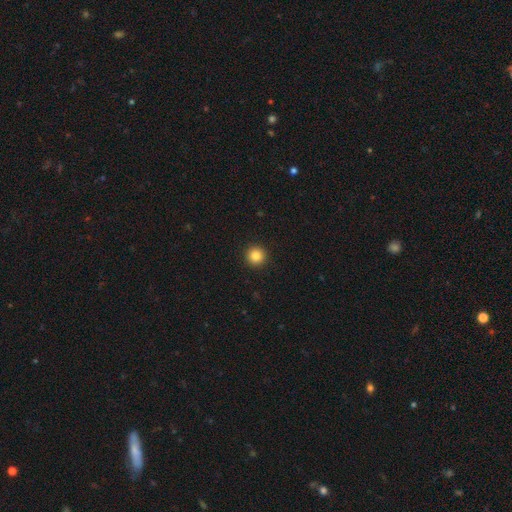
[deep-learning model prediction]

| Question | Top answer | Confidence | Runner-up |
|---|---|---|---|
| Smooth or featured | smooth | 85% | star or artifact (10%) |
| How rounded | round | 96% | in between (3%) |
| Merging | none | 94% | minor disturbance (4%) |